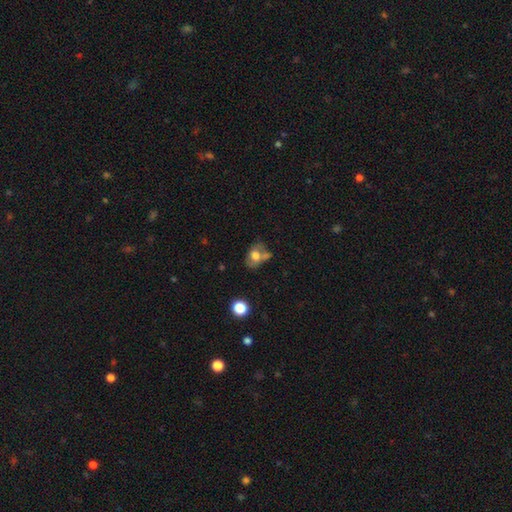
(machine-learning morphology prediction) Smooth or featured: smooth — 61% (featured or disk — 29%)
How rounded: in between — 69% (round — 30%)
Merging: none — 39% (merger — 30%)